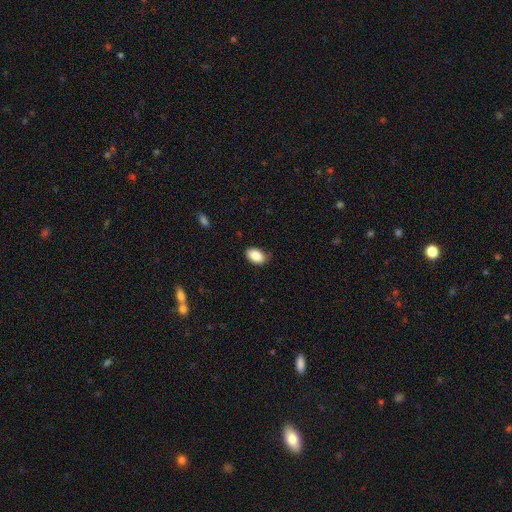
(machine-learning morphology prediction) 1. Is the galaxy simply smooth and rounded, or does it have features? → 88% smooth, 7% star or artifact, 5% featured or disk.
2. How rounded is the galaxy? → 90% in between, 8% round, 1% cigar-shaped.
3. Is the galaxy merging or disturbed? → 78% none, 18% minor disturbance, 3% major disturbance, 1% merger.